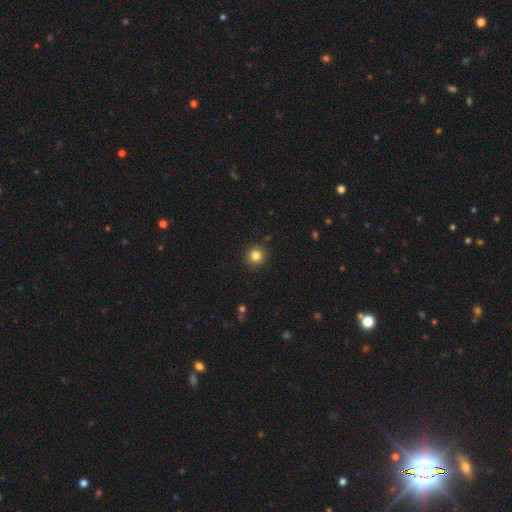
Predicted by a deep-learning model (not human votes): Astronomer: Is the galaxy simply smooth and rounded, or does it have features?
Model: smooth — 83%.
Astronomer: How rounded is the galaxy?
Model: round — 94%.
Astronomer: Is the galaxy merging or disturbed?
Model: none — 92%.